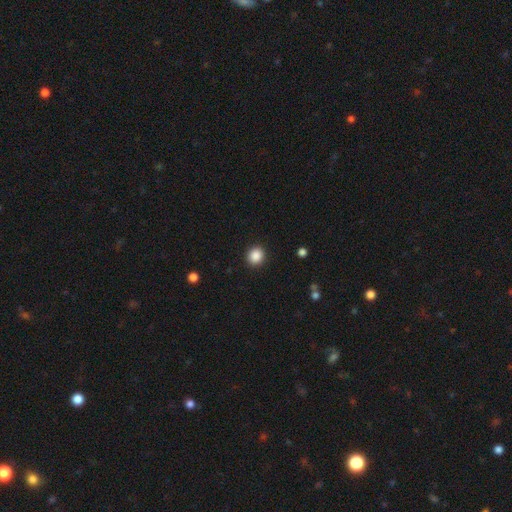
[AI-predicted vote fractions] smooth 88%, star or artifact 9%, featured or disk 3%. Down the decision tree: how rounded — round (83%); merging — none (91%).